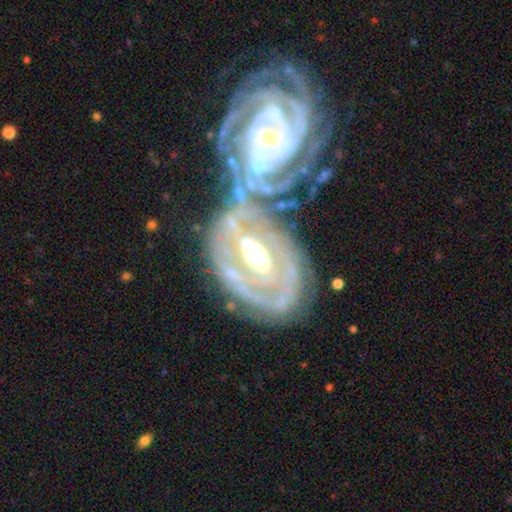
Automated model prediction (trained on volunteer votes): This appears to be a featured or disk galaxy (86%) with no bar (34%, tied with strong), tight (75%) spiral arms (87%) and a moderate central bulge (62%). Merging: merger (53%).